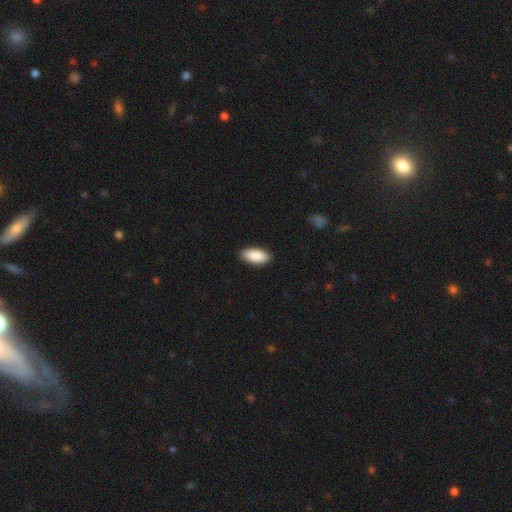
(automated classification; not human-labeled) smooth 91%, star or artifact 6%, featured or disk 4%. Down the decision tree: how rounded — in between (92%); merging — none (90%).